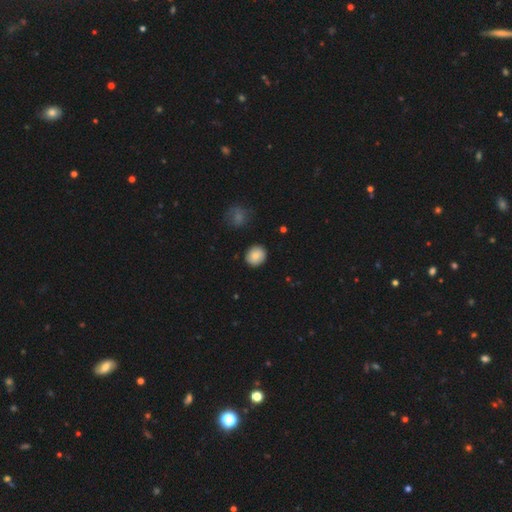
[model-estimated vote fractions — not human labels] Overall: smooth (84%). How rounded: round (80%). Merging: none (88%).